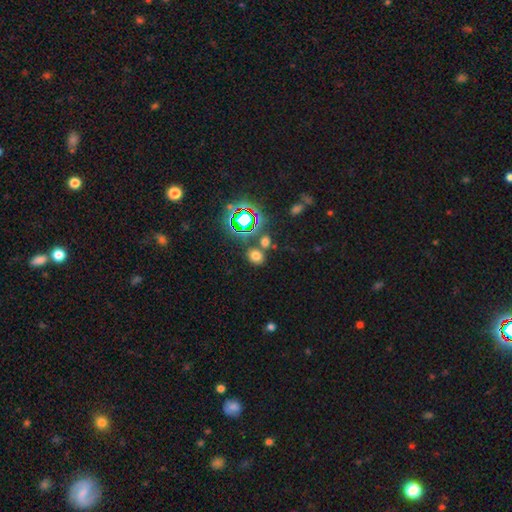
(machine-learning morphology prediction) Smooth or featured? Predicted: smooth (p=0.67). How rounded? Predicted: round (p=0.64). Merging? Predicted: none (p=0.73).